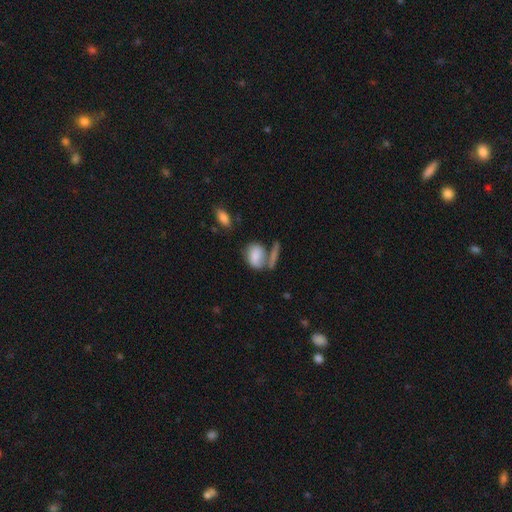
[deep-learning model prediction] This is likely a smooth galaxy (75%). How rounded: likely in between (70%). Merging: marginally none (40%).